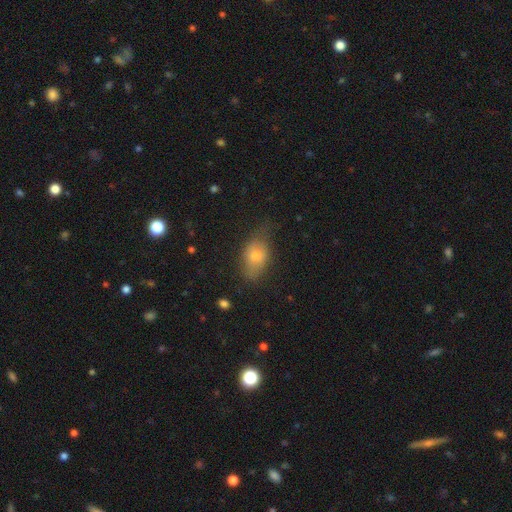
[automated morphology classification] The model was most divided on "merging": none: 60%, minor disturbance: 29%, major disturbance: 10%, merger: 2%. More confident: how rounded — in between (84%); smooth or featured — smooth (66%).